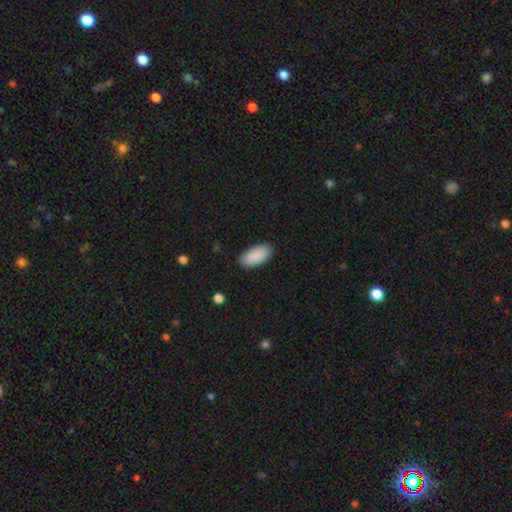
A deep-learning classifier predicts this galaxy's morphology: Smooth or featured? smooth (91%)
How rounded? in between (93%)
Merging? none (88%)